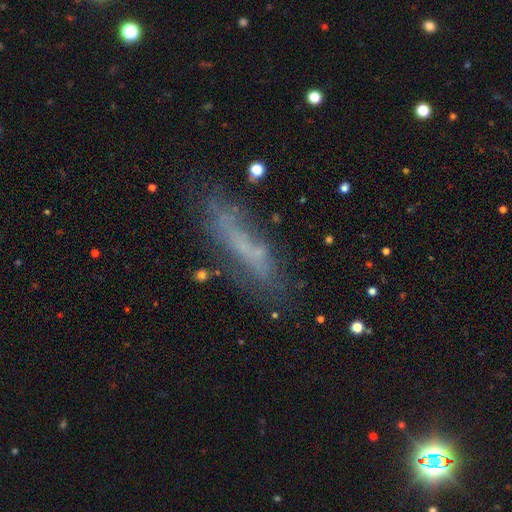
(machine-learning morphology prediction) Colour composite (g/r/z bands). It shows a featured or disk galaxy (44%). Merging: none (59%).